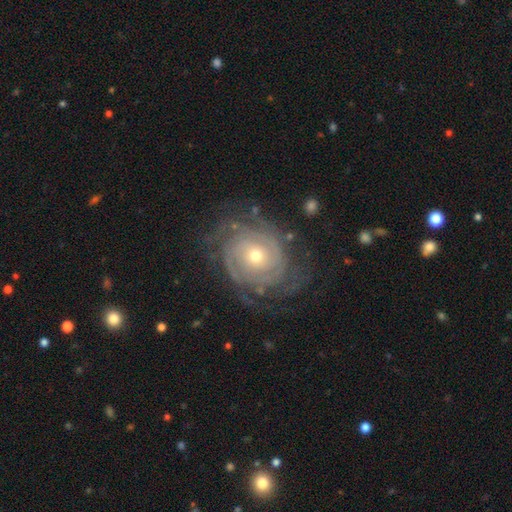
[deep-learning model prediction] smooth_or_featured: featured or disk (p=0.85) [alt: smooth p=0.09]
disk_edge_on: no (p=0.97) [alt: yes p=0.03]
bar: no (p=0.79) [alt: weak p=0.16]
has_spiral_arms: yes (p=0.94) [alt: no p=0.06]
spiral_winding: tight (p=0.75) [alt: medium p=0.19]
spiral_arm_count: can't tell (p=0.35) [alt: 2 p=0.23]
bulge_size: moderate (p=0.49) [alt: small p=0.47]
merging: none (p=0.70) [alt: minor disturbance p=0.18]